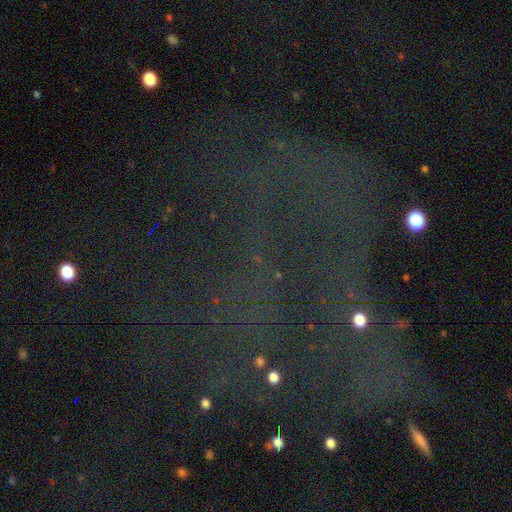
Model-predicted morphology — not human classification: smooth-or-featured: star or artifact: 60% | featured or disk: 23% | smooth: 17%